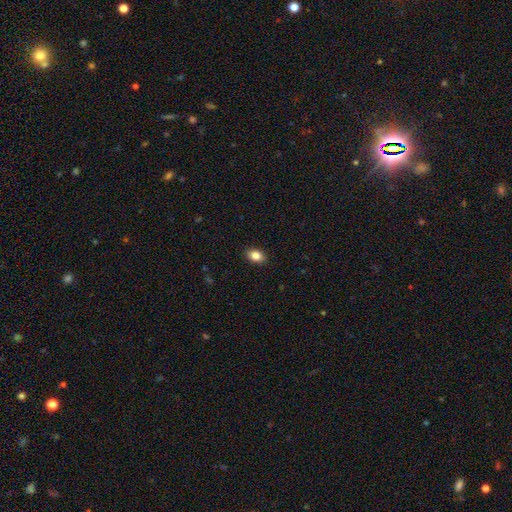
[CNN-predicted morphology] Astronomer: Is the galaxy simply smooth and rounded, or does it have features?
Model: smooth — 85%.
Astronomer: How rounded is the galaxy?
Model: in between — 78%.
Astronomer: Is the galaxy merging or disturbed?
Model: none — 89%.